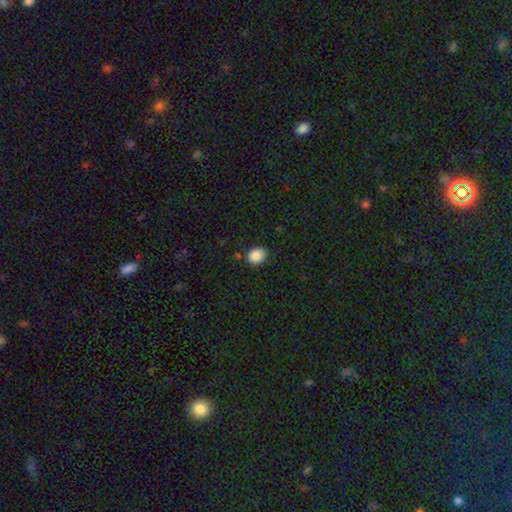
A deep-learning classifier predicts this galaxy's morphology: The model was most divided on "how rounded": round: 53%, in between: 46%, cigar-shaped: 1%. More confident: smooth or featured — smooth (87%); merging — none (81%).